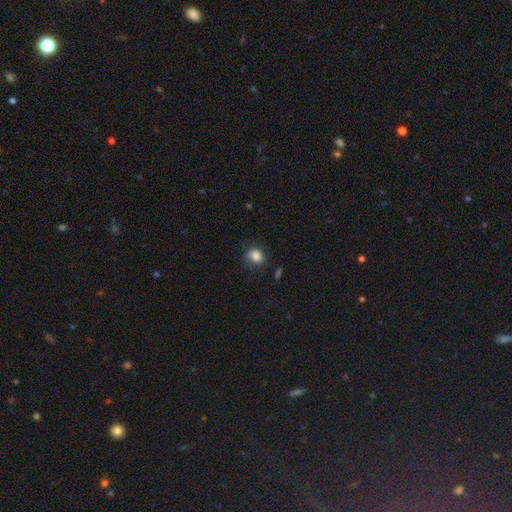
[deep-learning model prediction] Q: Smooth or featured?
A: smooth (85%); runner-up: star or artifact (10%)
Q: How rounded?
A: round (63%); runner-up: in between (36%)
Q: Merging?
A: none (68%); runner-up: minor disturbance (23%)